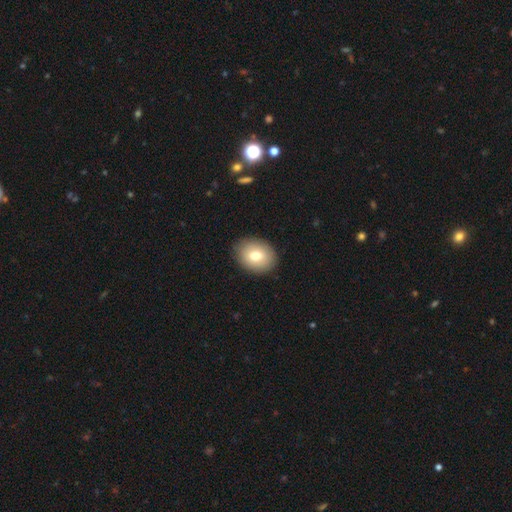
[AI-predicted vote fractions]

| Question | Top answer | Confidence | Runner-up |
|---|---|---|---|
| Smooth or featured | smooth | 76% | featured or disk (16%) |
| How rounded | in between | 57% | round (42%) |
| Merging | none | 89% | minor disturbance (8%) |